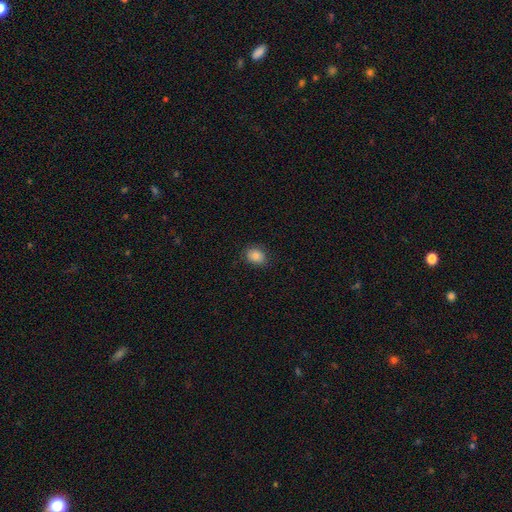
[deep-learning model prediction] This is clearly a smooth galaxy (82%). How rounded: possibly in between (50%). Merging: clearly none (82%).